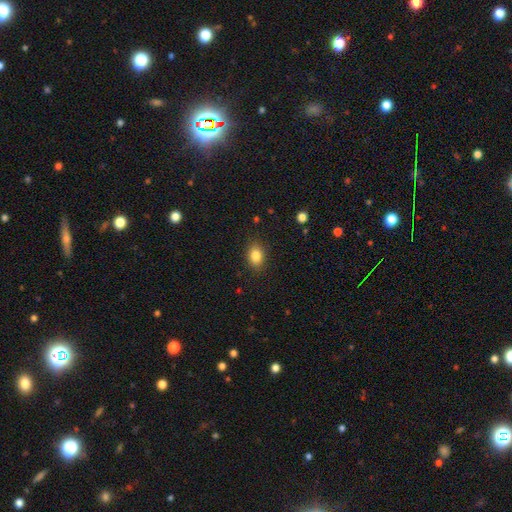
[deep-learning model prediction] Smooth or featured: smooth — 84% (star or artifact — 9%)
How rounded: in between — 74% (round — 25%)
Merging: none — 86% (minor disturbance — 10%)